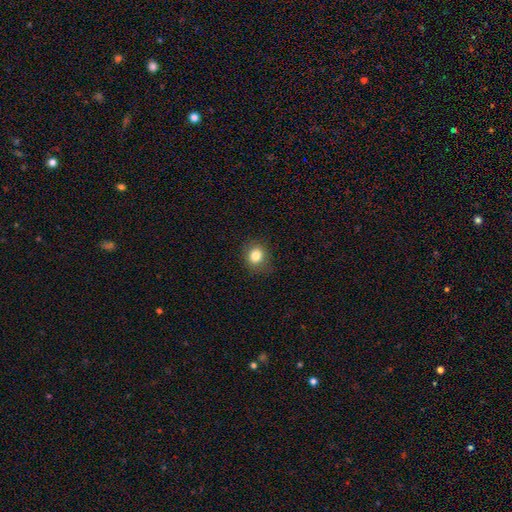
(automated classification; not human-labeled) A smooth galaxy with no disk features (82%) that is round (74%). Merging: none (84%).